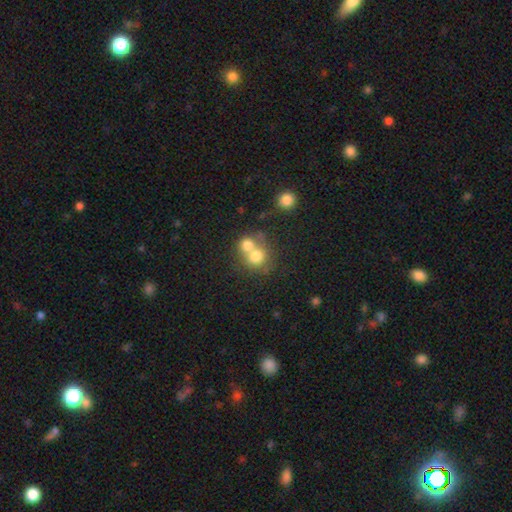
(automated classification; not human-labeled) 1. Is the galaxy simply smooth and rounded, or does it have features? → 72% smooth, 17% featured or disk, 12% star or artifact.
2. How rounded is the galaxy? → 81% round, 18% in between, 1% cigar-shaped.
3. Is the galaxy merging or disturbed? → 58% merger, 33% none, 6% minor disturbance, 3% major disturbance.